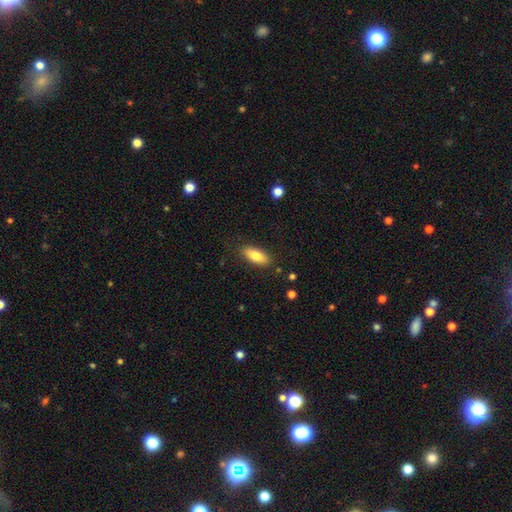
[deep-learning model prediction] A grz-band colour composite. It shows a smooth galaxy with no disk features (80%) that is in between round and cigar-shaped (78%). Merging: none (85%).